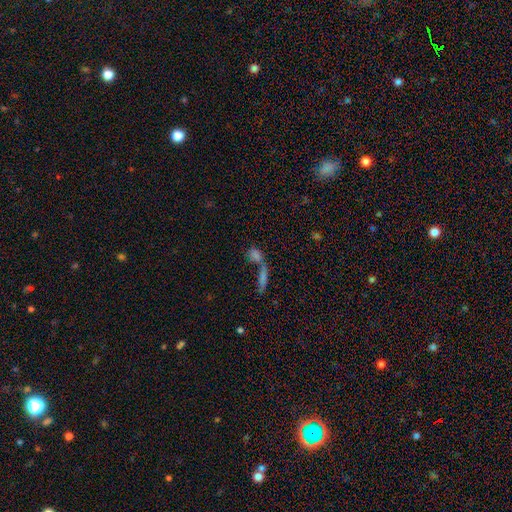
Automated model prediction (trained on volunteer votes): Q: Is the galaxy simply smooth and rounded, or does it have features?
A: smooth — 61%.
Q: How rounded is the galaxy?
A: in between — 45%.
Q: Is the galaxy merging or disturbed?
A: merger — 50%.